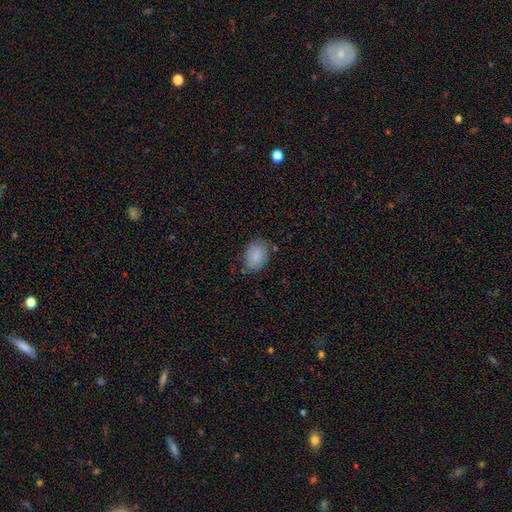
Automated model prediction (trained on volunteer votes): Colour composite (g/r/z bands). It shows a smooth galaxy with no disk features (85%) that is in between round and cigar-shaped (80%). Merging: none (68%).